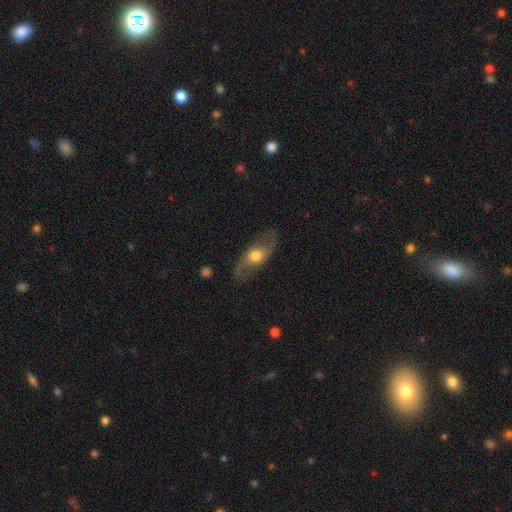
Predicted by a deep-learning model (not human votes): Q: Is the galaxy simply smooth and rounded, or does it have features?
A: featured or disk — 66%.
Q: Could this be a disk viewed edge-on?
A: no — 79%.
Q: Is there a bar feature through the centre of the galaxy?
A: no — 72%.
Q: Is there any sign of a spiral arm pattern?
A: yes — 77%.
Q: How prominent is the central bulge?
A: moderate — 64%.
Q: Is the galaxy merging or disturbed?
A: none — 78%.